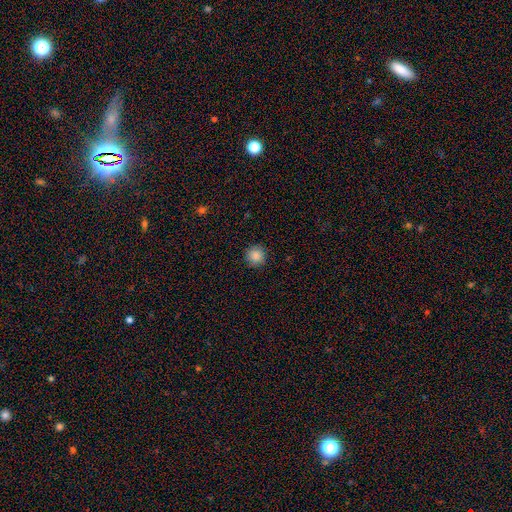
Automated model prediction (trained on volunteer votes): smooth 87%, star or artifact 10%, featured or disk 4%. Down the decision tree: how rounded — round (94%); merging — none (90%).